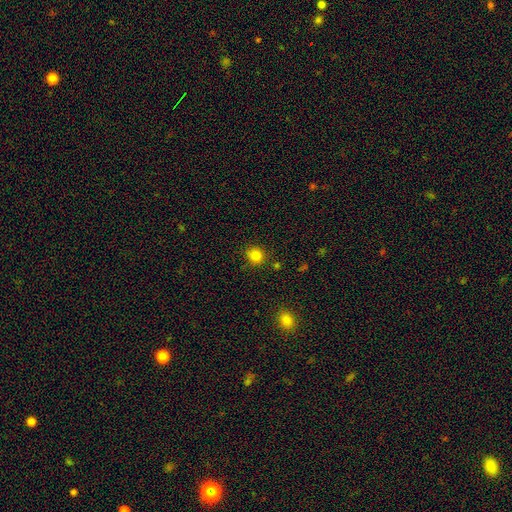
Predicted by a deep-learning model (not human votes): A smooth galaxy with no disk features (83%) that is round (89%).

Vote fractions:
- Smooth or featured? smooth: 83% / star or artifact: 12% / featured or disk: 5%
- How rounded? round: 89% / in between: 11% / cigar-shaped: 1%
- Merging? none: 85% / minor disturbance: 9% / merger: 3% / major disturbance: 3%